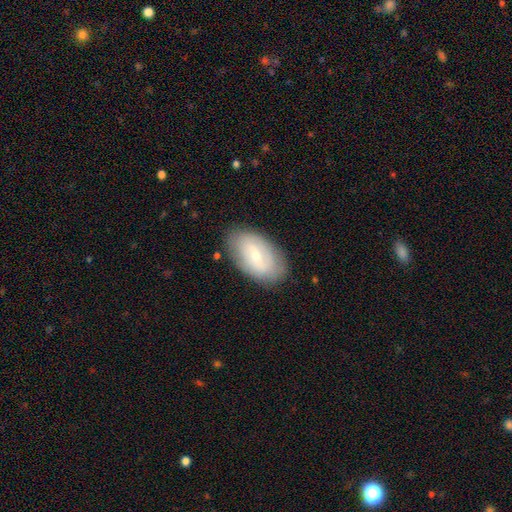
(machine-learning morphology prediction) A featured or disk galaxy (52%).

Vote fractions:
- Smooth or featured? featured or disk: 52% / smooth: 41% / star or artifact: 7%
- Edge-on disk? no: 90% / yes: 10%
- Merging? none: 82% / minor disturbance: 13% / major disturbance: 4% / merger: 1%